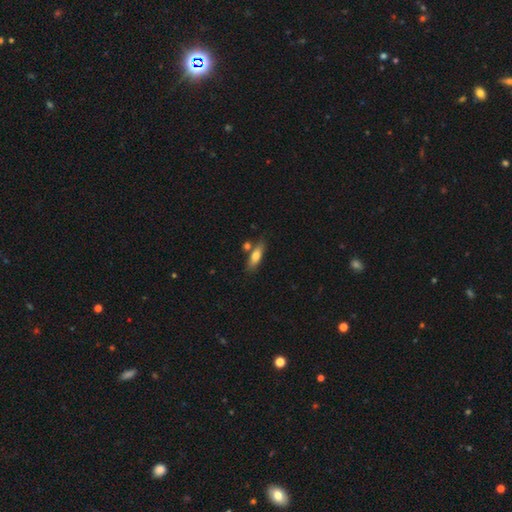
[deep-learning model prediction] Smooth or featured: smooth — 71% (featured or disk — 22%)
How rounded: in between — 52% (cigar-shaped — 45%)
Merging: none — 71% (minor disturbance — 13%)